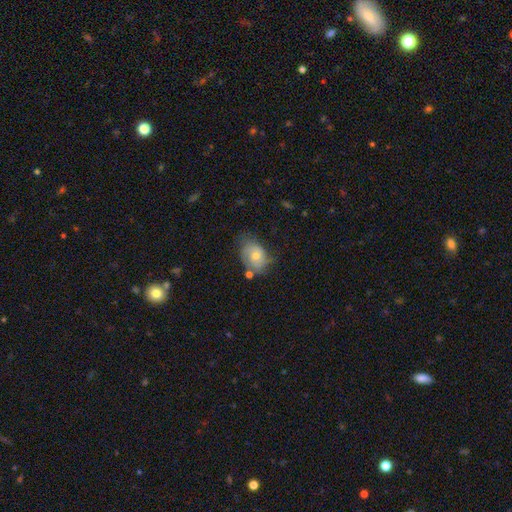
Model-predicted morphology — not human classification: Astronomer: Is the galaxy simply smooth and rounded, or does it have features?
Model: smooth — 61%.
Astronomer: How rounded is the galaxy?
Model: in between — 71%.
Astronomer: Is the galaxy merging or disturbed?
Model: none — 47% (runner-up: minor disturbance, 32%).